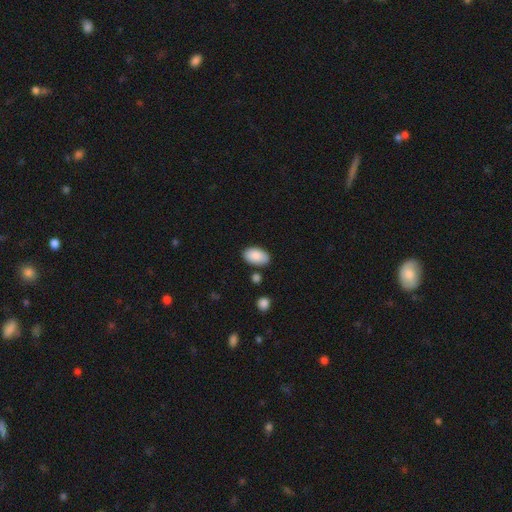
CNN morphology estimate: Smooth or featured? smooth (88%)
How rounded? in between (94%)
Merging? none (82%)